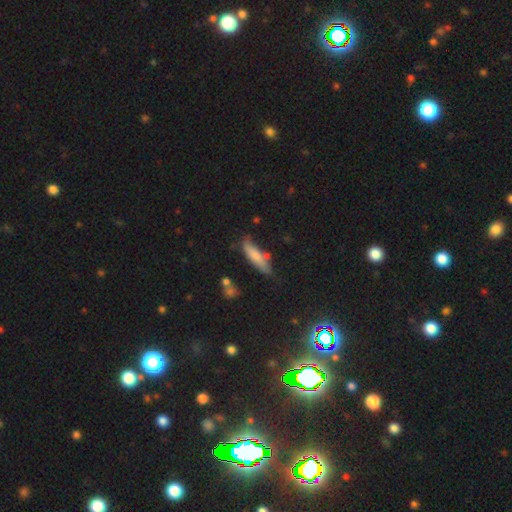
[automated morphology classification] smooth-or-featured: smooth: 72% | featured or disk: 21% | star or artifact: 7%
  how-rounded: cigar-shaped: 67% | in between: 31% | round: 2%
  merging: none: 62% | minor disturbance: 24% | merger: 7% | major disturbance: 7%